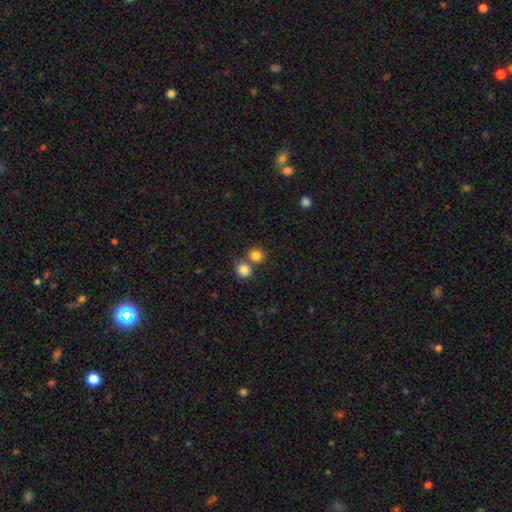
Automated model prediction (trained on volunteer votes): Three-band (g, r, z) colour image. It shows a smooth galaxy with no disk features (83%) that is round (87%). Merging: none (57%).